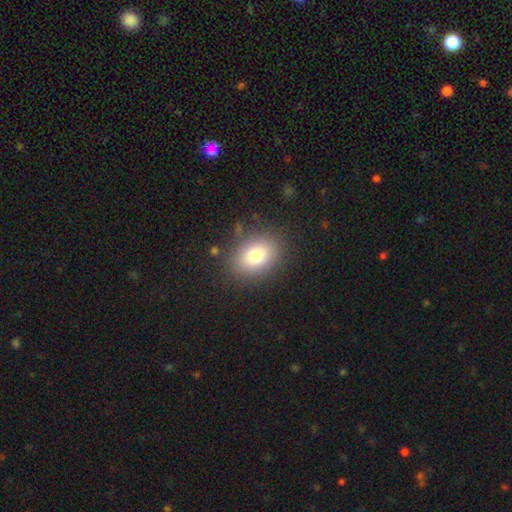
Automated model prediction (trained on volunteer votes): Morphology: type=smooth (77%); roundness=in between (66%); merging=none (83%).